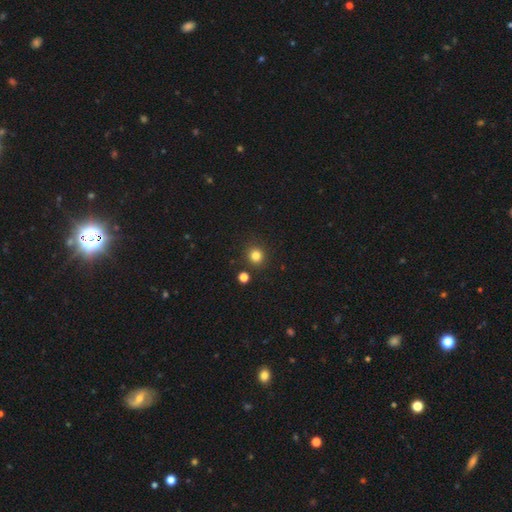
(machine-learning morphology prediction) smooth 82%, star or artifact 14%, featured or disk 4%. Down the decision tree: how rounded — round (92%); merging — none (88%).